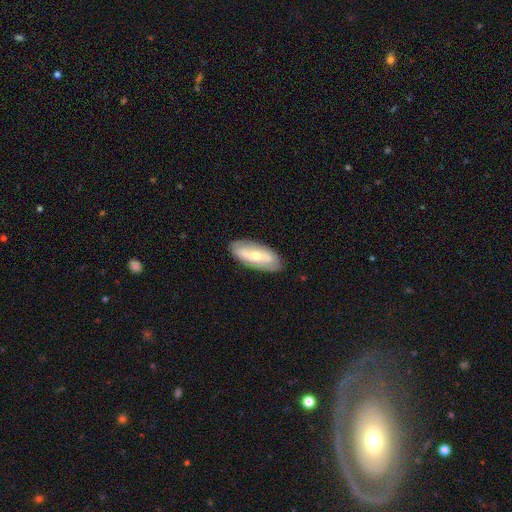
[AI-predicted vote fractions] smooth-or-featured: smooth: 48% | featured or disk: 46% | star or artifact: 6%
  merging: none: 85% | minor disturbance: 11% | major disturbance: 3% | merger: 1%